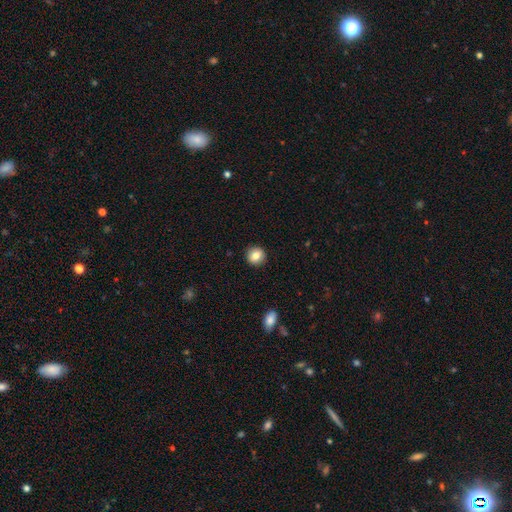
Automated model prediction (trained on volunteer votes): Q: Smooth or featured?
A: smooth (83%); runner-up: star or artifact (9%)
Q: How rounded?
A: round (89%); runner-up: in between (10%)
Q: Merging?
A: none (91%); runner-up: minor disturbance (6%)